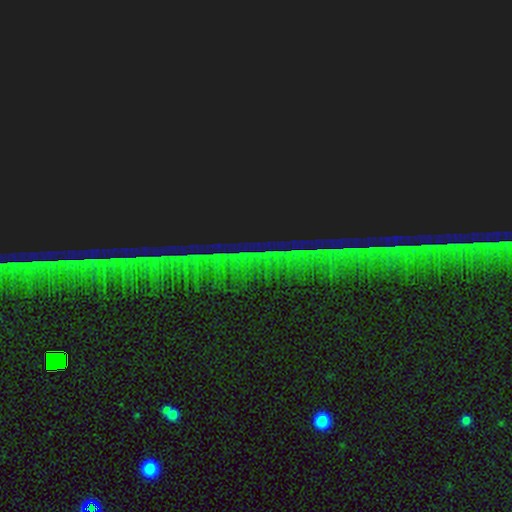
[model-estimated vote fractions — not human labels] A star or artifact, not a galaxy (86%).